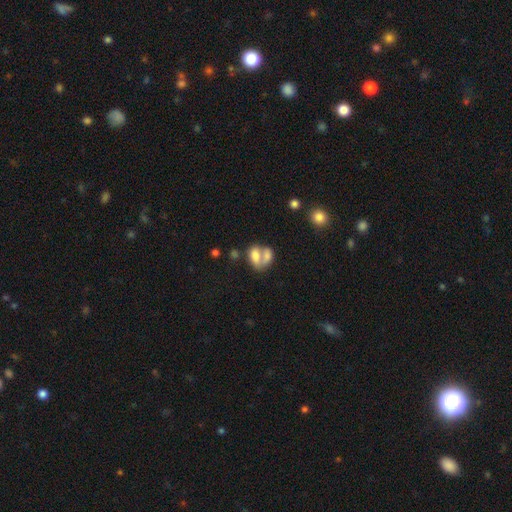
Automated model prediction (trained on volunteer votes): Q: Smooth or featured?
A: smooth (68%); runner-up: featured or disk (23%)
Q: How rounded?
A: in between (81%); runner-up: round (17%)
Q: Merging?
A: merger (68%); runner-up: none (17%)